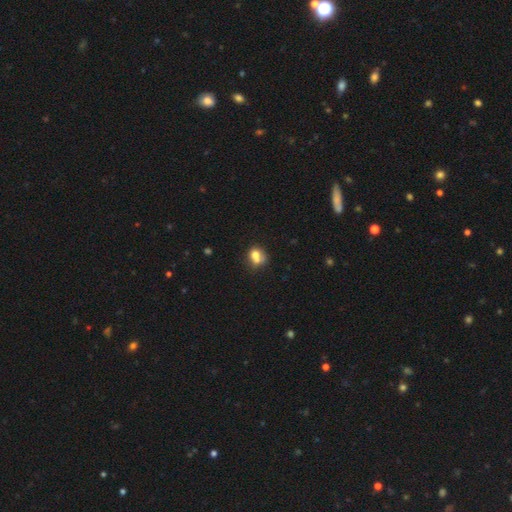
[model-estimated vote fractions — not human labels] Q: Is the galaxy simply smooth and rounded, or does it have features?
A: smooth — 70%.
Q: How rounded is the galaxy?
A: round — 56%.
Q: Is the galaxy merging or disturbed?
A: none — 39%.